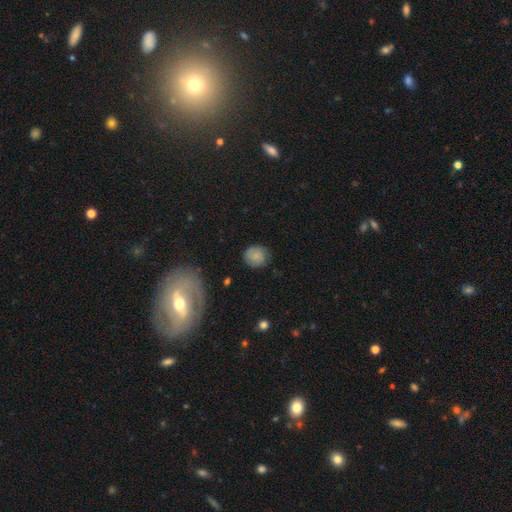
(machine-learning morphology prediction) Q: Smooth or featured?
A: smooth (78%); runner-up: featured or disk (13%)
Q: How rounded?
A: round (88%); runner-up: in between (11%)
Q: Merging?
A: none (79%); runner-up: minor disturbance (16%)